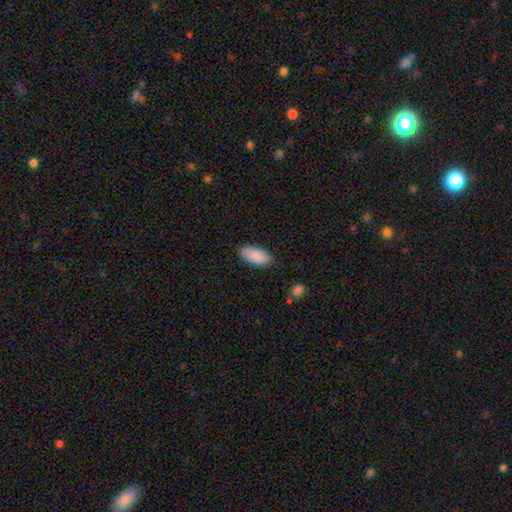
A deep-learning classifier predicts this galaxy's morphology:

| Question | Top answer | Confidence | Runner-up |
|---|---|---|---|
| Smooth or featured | smooth | 90% | star or artifact (6%) |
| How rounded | in between | 89% | cigar-shaped (9%) |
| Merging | none | 86% | minor disturbance (10%) |